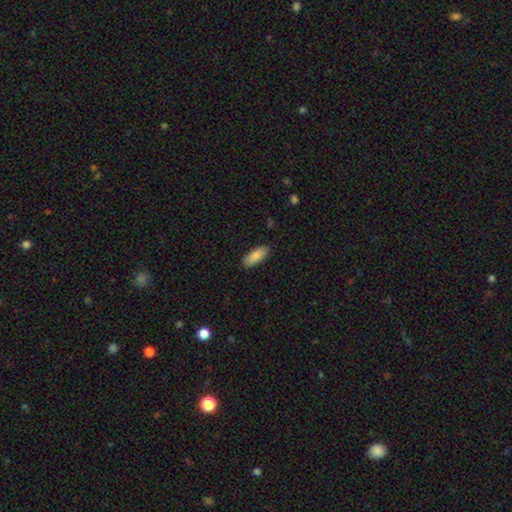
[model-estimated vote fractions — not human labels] Q: Smooth or featured?
A: smooth (87%); runner-up: featured or disk (7%)
Q: How rounded?
A: in between (80%); runner-up: cigar-shaped (19%)
Q: Merging?
A: none (87%); runner-up: minor disturbance (10%)